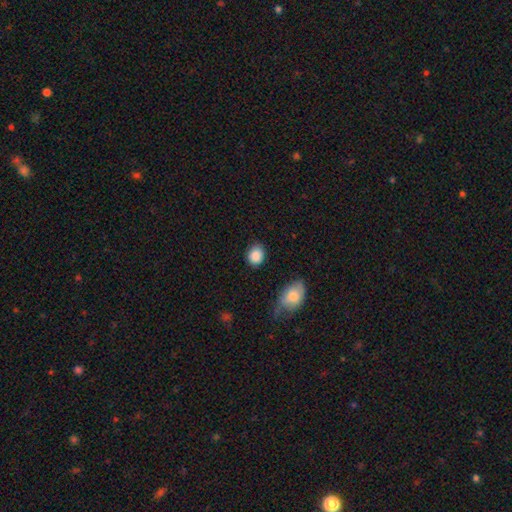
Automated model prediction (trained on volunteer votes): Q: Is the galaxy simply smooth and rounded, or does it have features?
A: smooth — 89%.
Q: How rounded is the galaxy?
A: round — 52%.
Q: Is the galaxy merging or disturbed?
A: none — 81%.